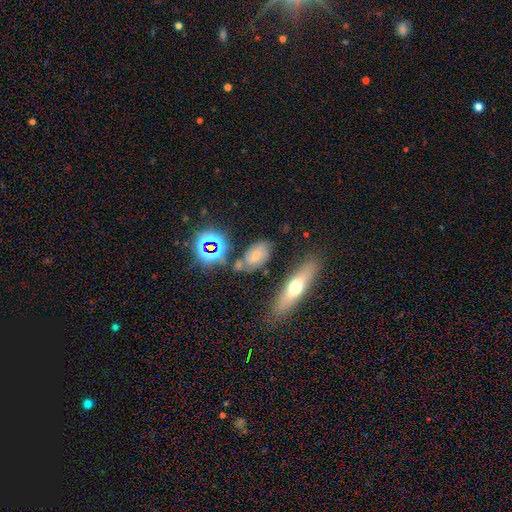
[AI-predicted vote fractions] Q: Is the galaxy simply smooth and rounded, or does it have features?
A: featured or disk — 41%.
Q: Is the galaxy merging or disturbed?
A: none — 62%.